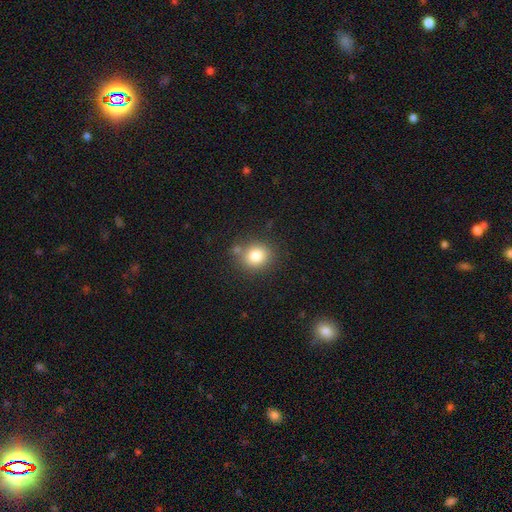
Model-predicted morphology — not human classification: This appears to be a smooth galaxy with no disk features (81%) that is round (79%). Merging: none (76%).